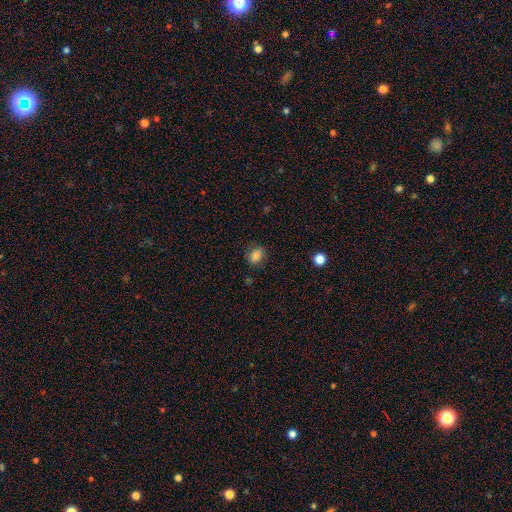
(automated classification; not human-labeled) A smooth galaxy with no disk features (81%) that is in between round and cigar-shaped (53%).

Vote fractions:
- Smooth or featured? smooth: 81% / star or artifact: 11% / featured or disk: 8%
- How rounded? in between: 53% / round: 46% / cigar-shaped: 1%
- Merging? none: 79% / minor disturbance: 15% / major disturbance: 4% / merger: 2%